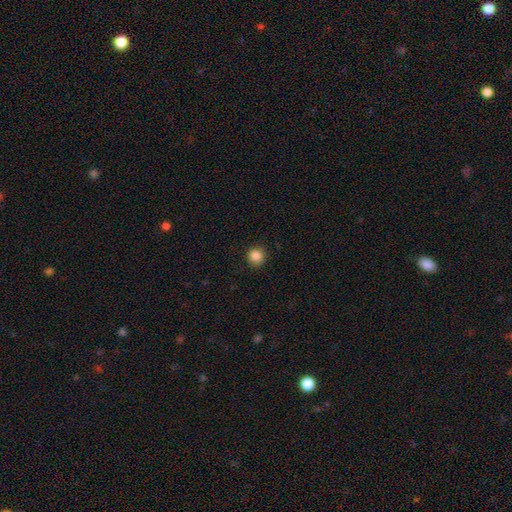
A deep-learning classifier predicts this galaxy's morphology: This appears to be a smooth galaxy with no disk features (87%) that is round (92%). Merging: none (89%).